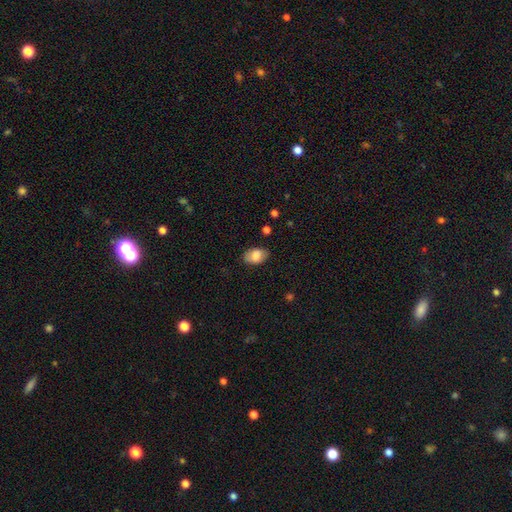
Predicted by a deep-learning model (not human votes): smooth_or_featured: smooth (p=0.81) [alt: featured or disk p=0.12]
how_rounded: in between (p=0.90) [alt: round p=0.09]
merging: none (p=0.81) [alt: minor disturbance p=0.14]